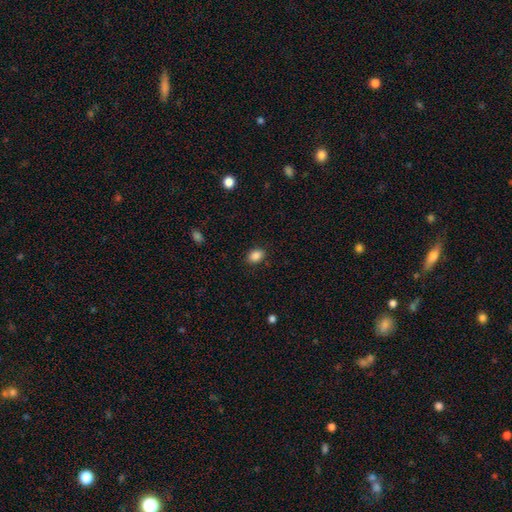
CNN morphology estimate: This appears to be a smooth galaxy with no disk features (87%) that is in between round and cigar-shaped (70%). Merging: none (87%).